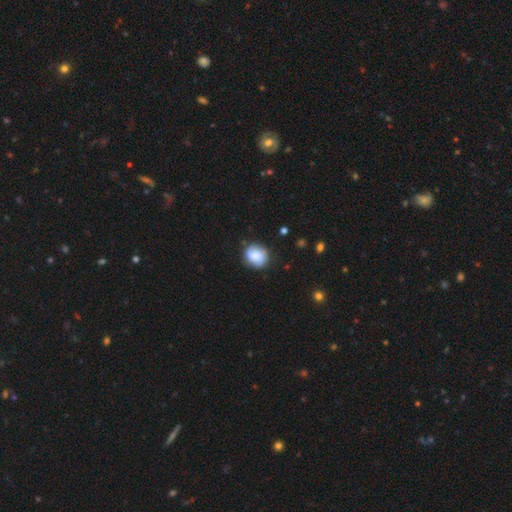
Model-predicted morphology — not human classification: A smooth galaxy with no disk features (74%) that is round (70%). Merging: none (75%).